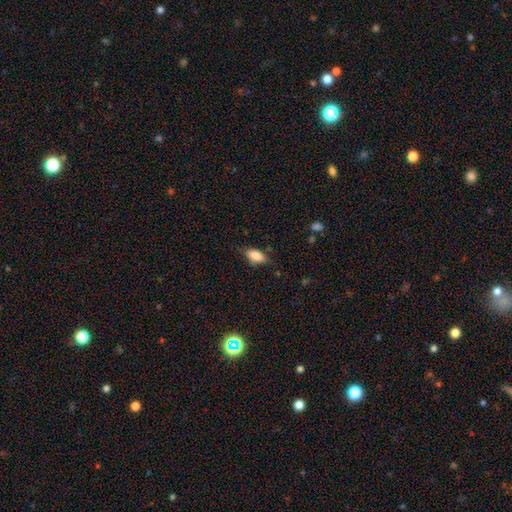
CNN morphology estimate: Smooth or featured?
  - smooth: 80% *
  - featured or disk: 12%
  - star or artifact: 8%
How rounded?
  - in between: 87% *
  - cigar-shaped: 8%
  - round: 5%
Merging?
  - none: 70% *
  - minor disturbance: 24%
  - major disturbance: 5%
  - merger: 2%